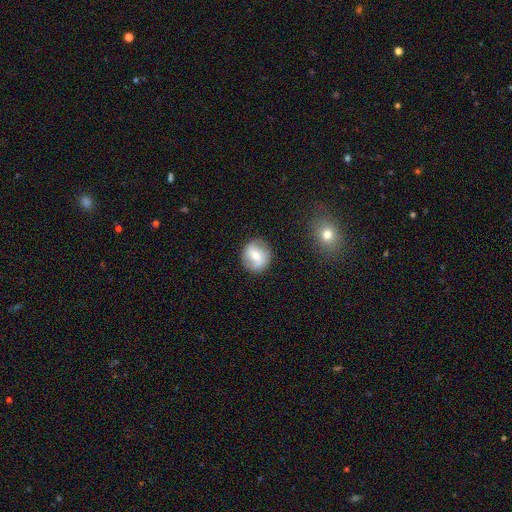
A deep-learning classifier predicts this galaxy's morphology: Smooth or featured? Predicted: featured or disk (p=0.46, tied with smooth). Merging? Predicted: none (p=0.84).